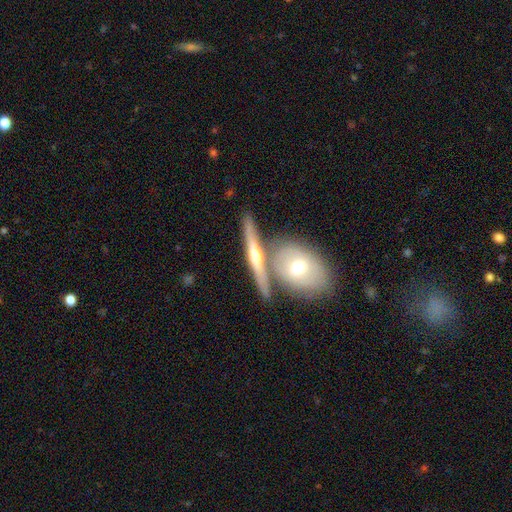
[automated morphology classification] type=featured or disk (63%); edge-on=yes (89%); edge-on bulge=rounded (89%); merging=none (64%).